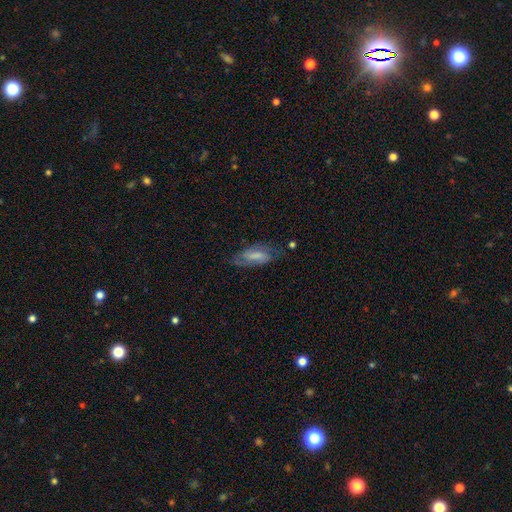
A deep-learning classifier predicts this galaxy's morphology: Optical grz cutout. It shows a smooth galaxy with no disk features (47%). Merging: none (62%).